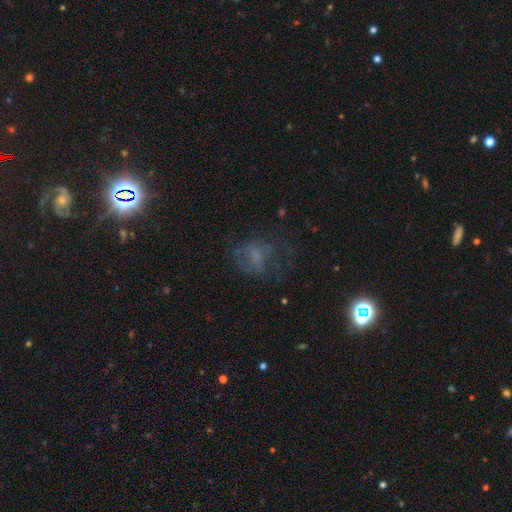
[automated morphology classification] The model was most divided on "smooth or featured": smooth: 42%, featured or disk: 35%, star or artifact: 23%. Remaining: merging — none (45%).